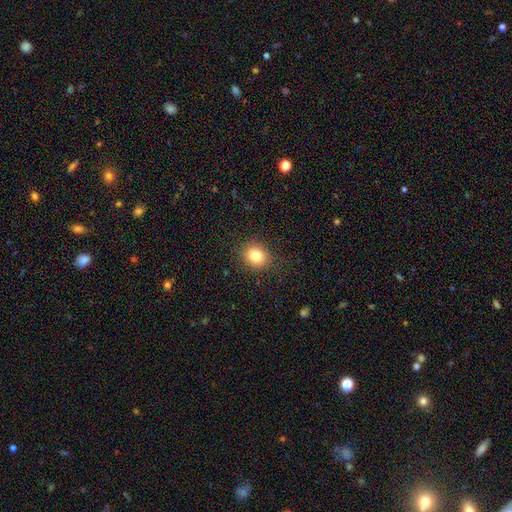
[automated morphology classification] A smooth galaxy with no disk features (81%) that is round (70%). Merging: none (87%).